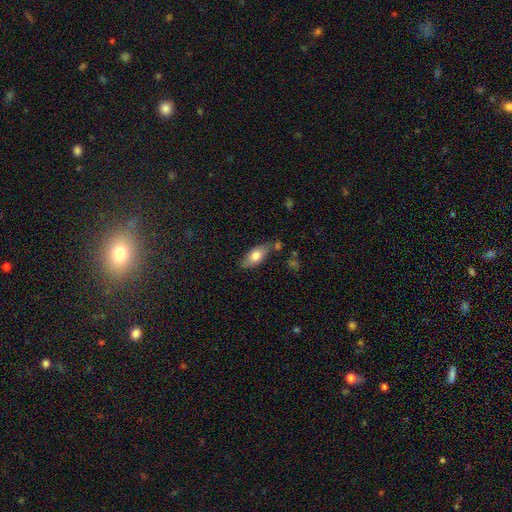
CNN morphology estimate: Smooth or featured? smooth (74%)
How rounded? in between (85%)
Merging? none (71%)